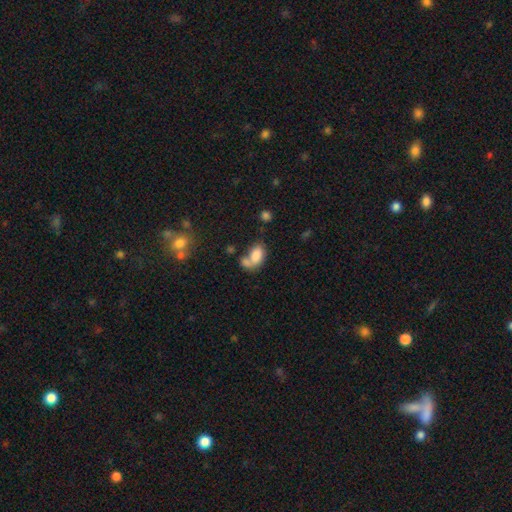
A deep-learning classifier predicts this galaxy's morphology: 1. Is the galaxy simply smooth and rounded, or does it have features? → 77% smooth, 13% featured or disk, 9% star or artifact.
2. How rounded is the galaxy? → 88% in between, 10% round, 2% cigar-shaped.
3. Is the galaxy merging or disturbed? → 40% merger, 30% none, 15% minor disturbance, 15% major disturbance.